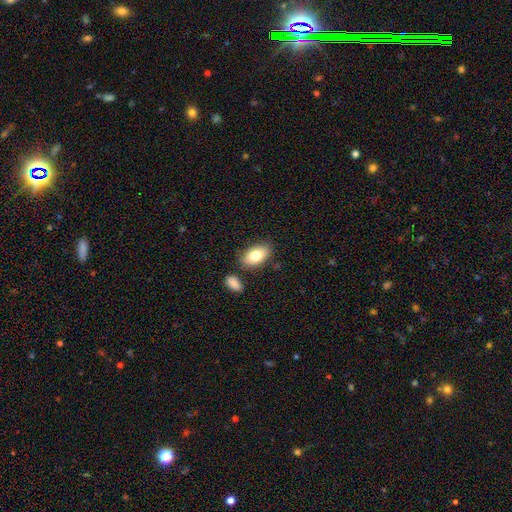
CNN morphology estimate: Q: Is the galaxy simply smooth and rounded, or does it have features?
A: smooth — 81%.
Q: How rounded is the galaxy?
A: in between — 93%.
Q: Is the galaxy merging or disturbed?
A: none — 78%.